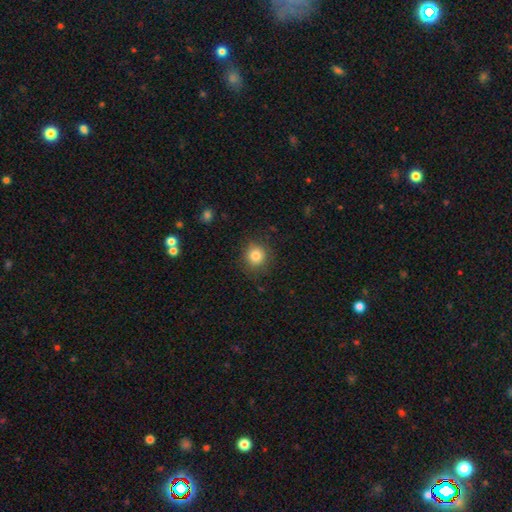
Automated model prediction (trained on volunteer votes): Smooth or featured: smooth — 83% (star or artifact — 11%)
How rounded: round — 89% (in between — 10%)
Merging: none — 86% (minor disturbance — 10%)